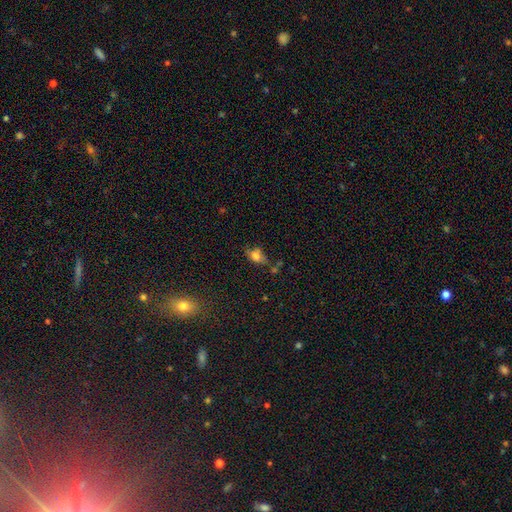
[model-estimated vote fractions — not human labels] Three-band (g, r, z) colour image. It shows a smooth galaxy with no disk features (72%) that is in between round and cigar-shaped (75%). Merging: none (50%).